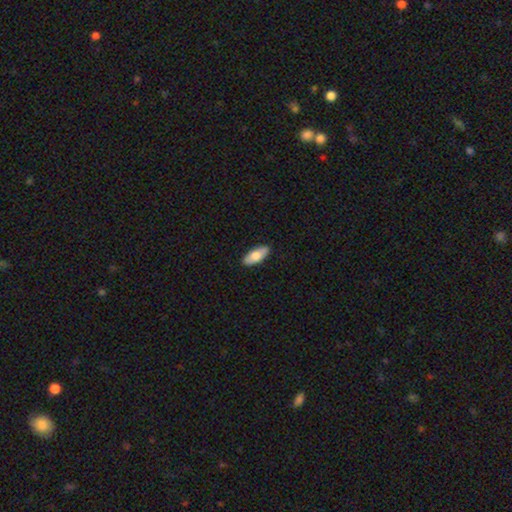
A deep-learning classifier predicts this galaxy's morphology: Smooth or featured? Predicted: smooth (p=0.71). How rounded? Predicted: in between (p=0.83). Merging? Predicted: none (p=0.88).